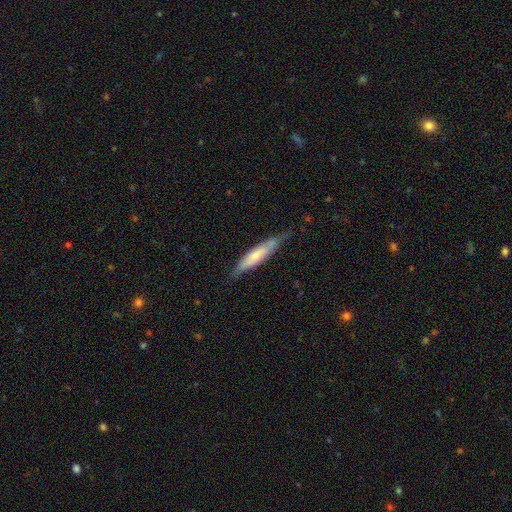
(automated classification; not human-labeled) This appears to be a smooth galaxy with no disk features (54%) that is cigar-shaped (82%). Merging: none (68%).